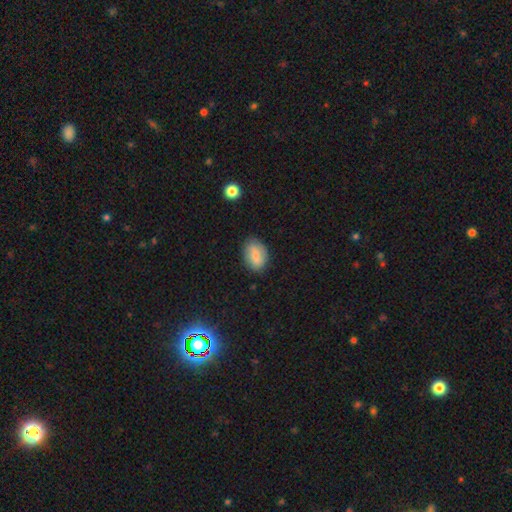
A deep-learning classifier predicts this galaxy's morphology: smooth 76%, featured or disk 16%, star or artifact 8%. Down the decision tree: how rounded — in between (83%); merging — none (80%).